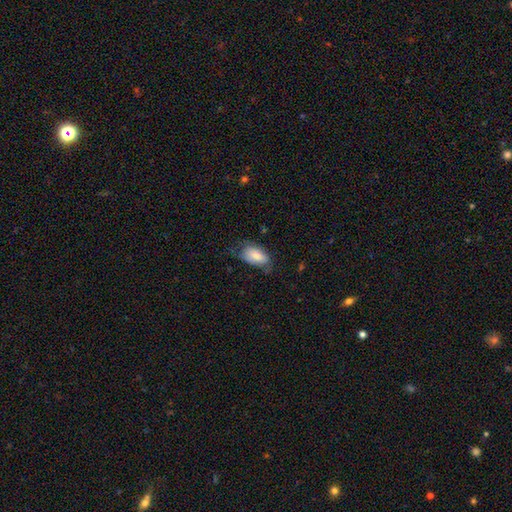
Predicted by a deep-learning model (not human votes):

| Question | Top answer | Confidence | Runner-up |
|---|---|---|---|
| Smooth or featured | smooth | 79% | featured or disk (14%) |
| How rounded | in between | 93% | round (4%) |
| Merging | none | 53% | minor disturbance (33%) |